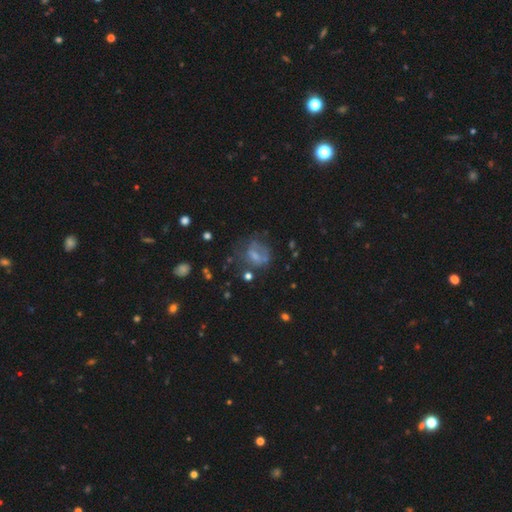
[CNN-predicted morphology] This is possibly a smooth galaxy (46%). Merging: marginally none (40%).